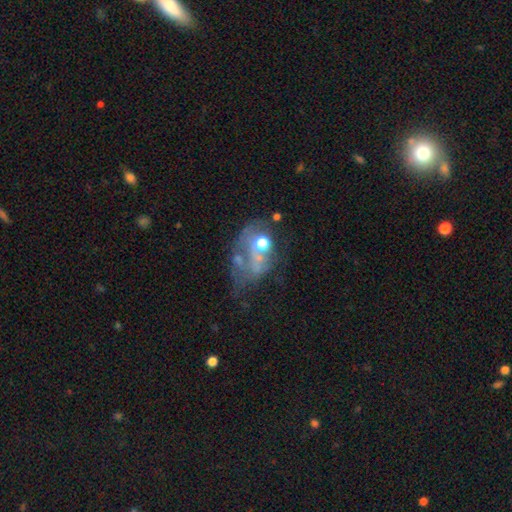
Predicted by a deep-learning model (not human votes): Smooth or featured? Predicted: featured or disk (p=0.52). Edge-on disk? Predicted: no (p=0.96). Bar? Predicted: no (p=0.88). Spiral arms? Predicted: no (p=0.82). Bulge size? Predicted: moderate (p=0.45). Merging? Predicted: major disturbance (p=0.38).